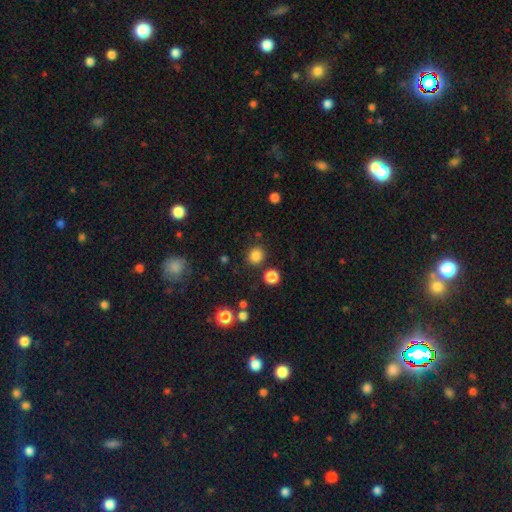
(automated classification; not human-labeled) Smooth or featured: smooth — 82% (star or artifact — 14%)
How rounded: round — 87% (in between — 12%)
Merging: none — 85% (minor disturbance — 8%)